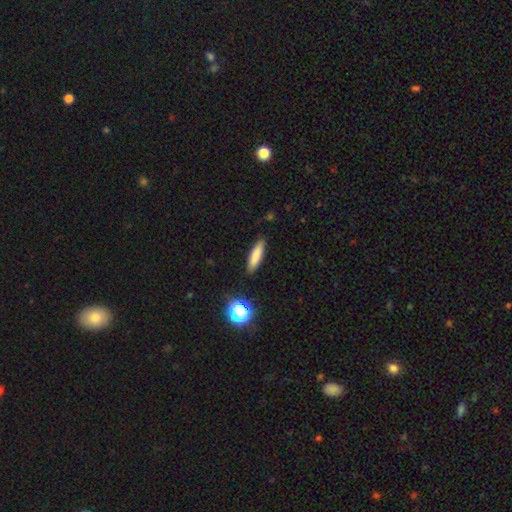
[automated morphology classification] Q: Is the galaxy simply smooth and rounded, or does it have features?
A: smooth — 81%.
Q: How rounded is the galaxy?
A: cigar-shaped — 70%.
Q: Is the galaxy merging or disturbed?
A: none — 87%.